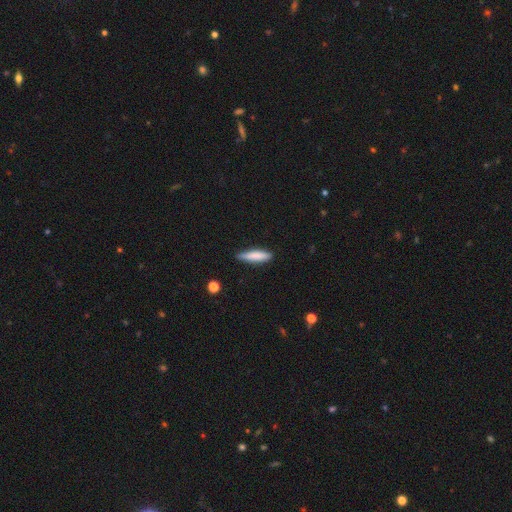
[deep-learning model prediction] This is likely a smooth galaxy (79%). How rounded: likely cigar-shaped (78%). Merging: clearly none (83%).